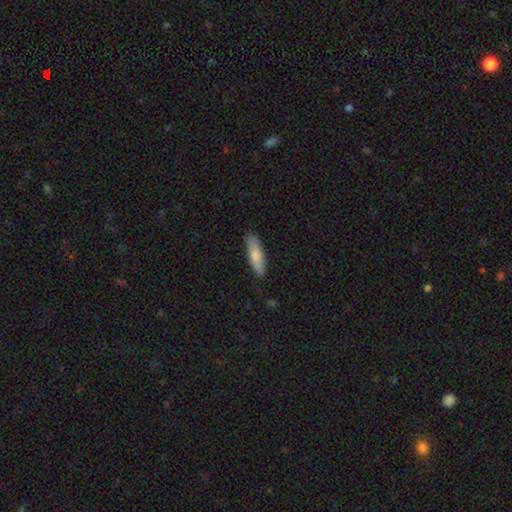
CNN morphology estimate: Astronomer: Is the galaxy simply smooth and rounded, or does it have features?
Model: smooth — 80%.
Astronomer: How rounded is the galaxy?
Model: cigar-shaped — 53% (runner-up: in between, 45%).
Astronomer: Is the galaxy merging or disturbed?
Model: none — 85%.